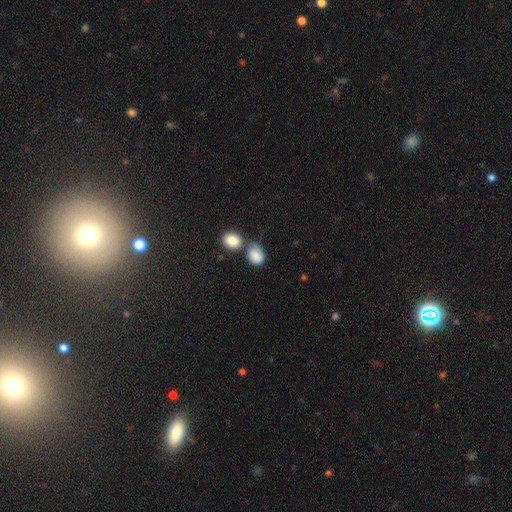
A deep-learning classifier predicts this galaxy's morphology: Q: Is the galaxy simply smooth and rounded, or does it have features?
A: smooth — 84%.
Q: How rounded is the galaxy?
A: in between — 68%.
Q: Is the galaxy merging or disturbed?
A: none — 40%.